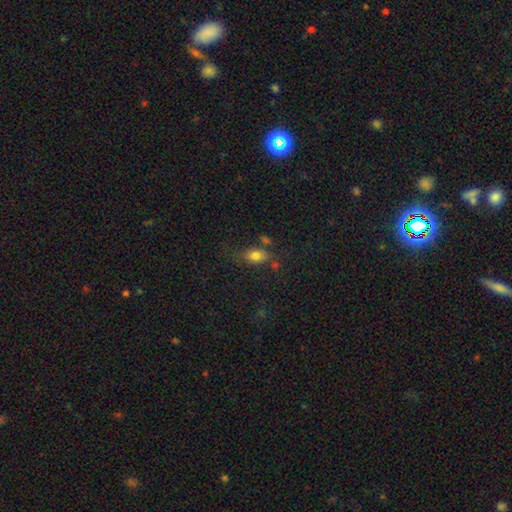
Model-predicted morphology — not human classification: This appears to be a smooth galaxy with no disk features (77%) that is in between round and cigar-shaped (79%). Merging: none (61%).